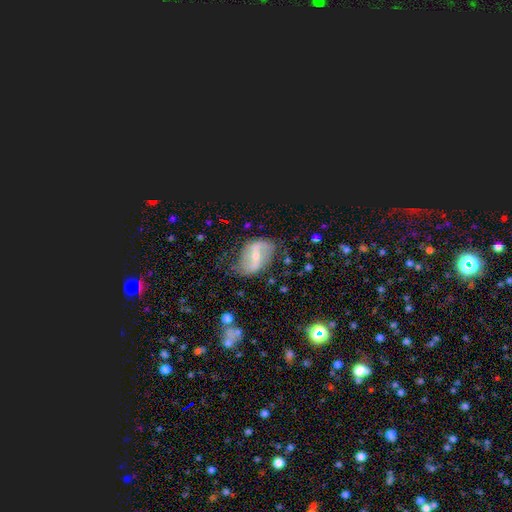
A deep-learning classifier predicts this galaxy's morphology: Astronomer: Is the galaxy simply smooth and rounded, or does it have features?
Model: featured or disk — 79%.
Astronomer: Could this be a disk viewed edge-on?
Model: no — 96%.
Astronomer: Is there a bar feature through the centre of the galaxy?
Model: strong — 47% (runner-up: weak, 37%).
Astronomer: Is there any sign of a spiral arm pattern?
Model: yes — 87%.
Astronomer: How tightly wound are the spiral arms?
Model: loose — 64%.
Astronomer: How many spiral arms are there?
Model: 2 — 89%.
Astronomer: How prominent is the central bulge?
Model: small — 57% (runner-up: moderate, 36%).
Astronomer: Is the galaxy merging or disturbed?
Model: none — 66%.